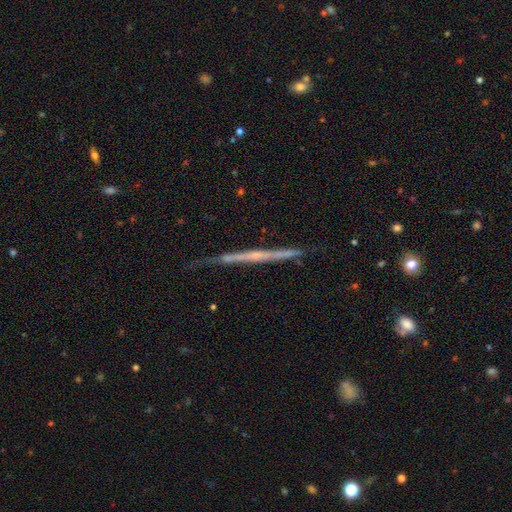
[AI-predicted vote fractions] smooth_or_featured: featured or disk (p=0.70) [alt: smooth p=0.23]
disk_edge_on: yes (p=0.97) [alt: no p=0.03]
edge_on_bulge: none (p=0.74) [alt: rounded p=0.20]
merging: none (p=0.75) [alt: minor disturbance p=0.19]